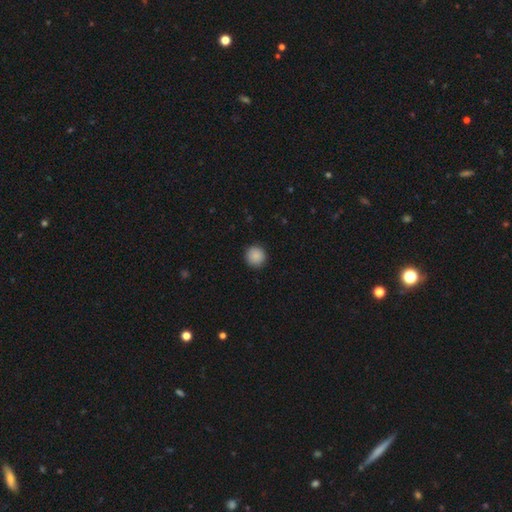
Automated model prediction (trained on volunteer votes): The model was most divided on "smooth or featured": smooth: 89%, star or artifact: 9%, featured or disk: 3%. More confident: how rounded — round (94%); merging — none (92%).